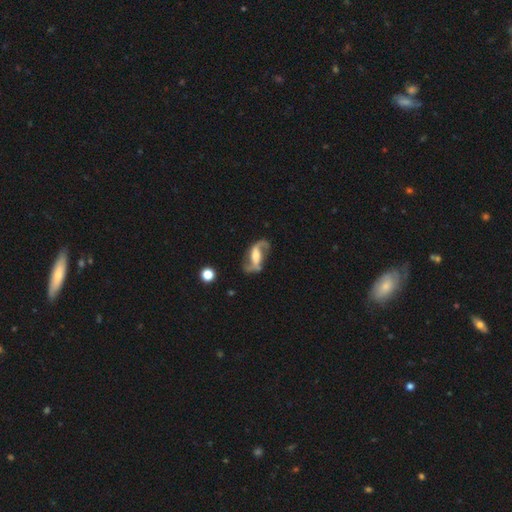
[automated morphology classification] Overall: featured or disk (87%). Edge-on disk: no (95%). Bar: strong (42%; weak 37%). Spiral arms: yes (96%). Spiral arm count: 2 (92%). Spiral winding: loose (60%; medium 32%). Bulge size: moderate (45%; small 25%). Merging: none (70%).